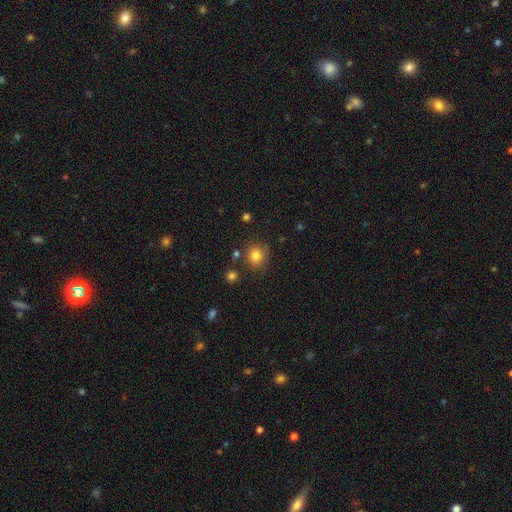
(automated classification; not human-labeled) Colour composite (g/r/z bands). It shows a smooth galaxy with no disk features (82%) that is round (86%). Merging: none (80%).